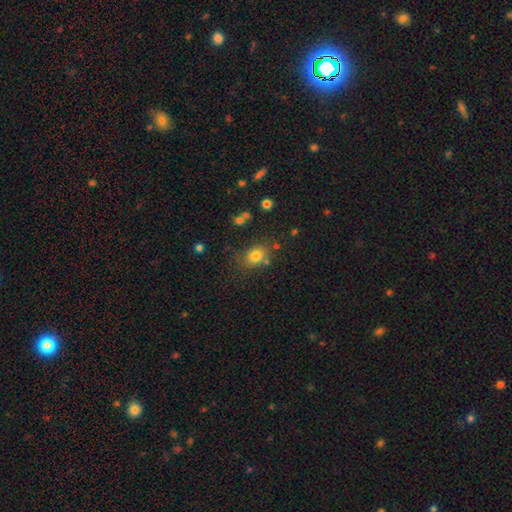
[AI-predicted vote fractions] smooth 77%, star or artifact 13%, featured or disk 10%. Down the decision tree: how rounded — in between (60%); merging — none (72%).